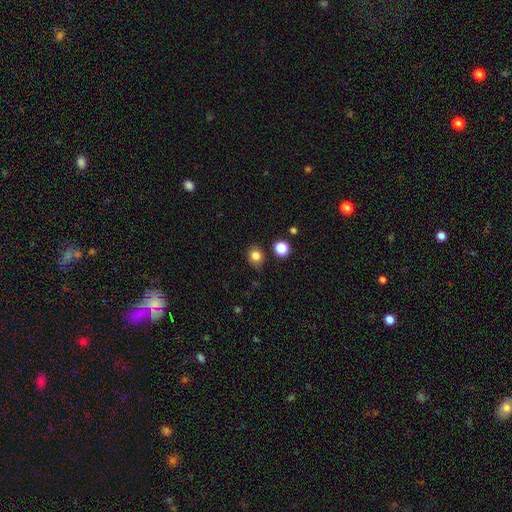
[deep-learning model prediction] A smooth galaxy with no disk features (82%) that is round (75%).

Vote fractions:
- Smooth or featured? smooth: 82% / star or artifact: 12% / featured or disk: 6%
- How rounded? round: 75% / in between: 24% / cigar-shaped: 1%
- Merging? none: 76% / minor disturbance: 16% / merger: 4% / major disturbance: 4%